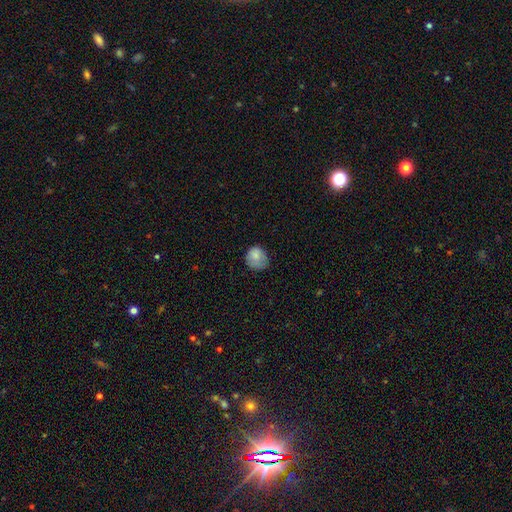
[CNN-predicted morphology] A smooth galaxy with no disk features (81%) that is round (76%). Merging: none (56%).